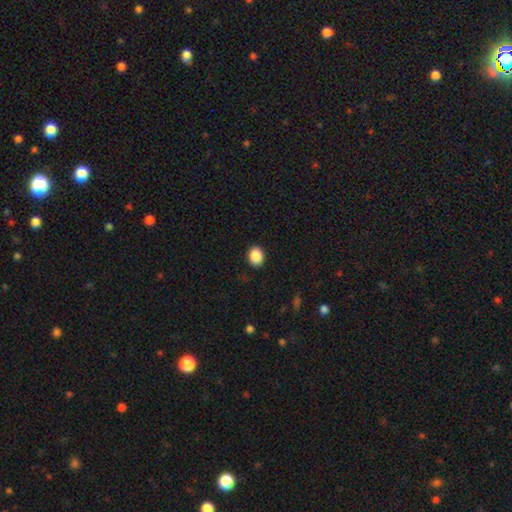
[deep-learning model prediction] A smooth galaxy with no disk features (89%) that is in between round and cigar-shaped (54%).

Vote fractions:
- Smooth or featured? smooth: 89% / star or artifact: 8% / featured or disk: 3%
- How rounded? in between: 54% / round: 46% / cigar-shaped: 1%
- Merging? none: 90% / minor disturbance: 7% / major disturbance: 2% / merger: 1%